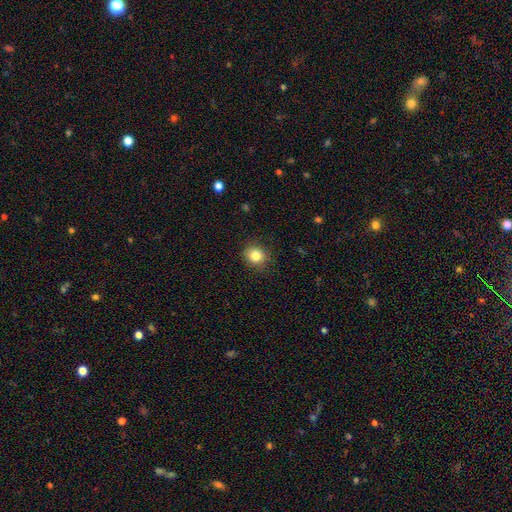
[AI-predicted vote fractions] This appears to be a smooth galaxy with no disk features (82%) that is round (80%). Merging: none (87%).